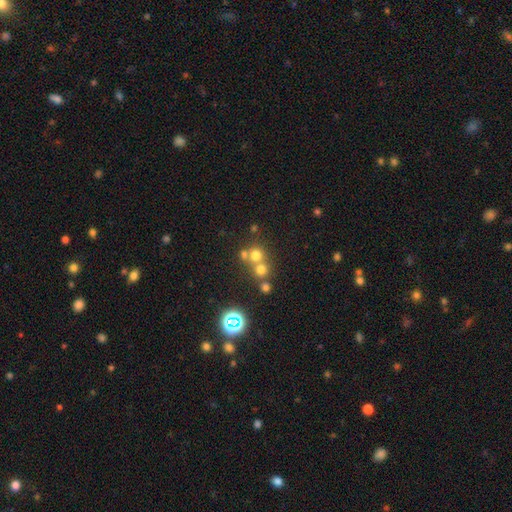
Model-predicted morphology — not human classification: A smooth galaxy with no disk features (65%) that is round (88%). Merging: none (50%).